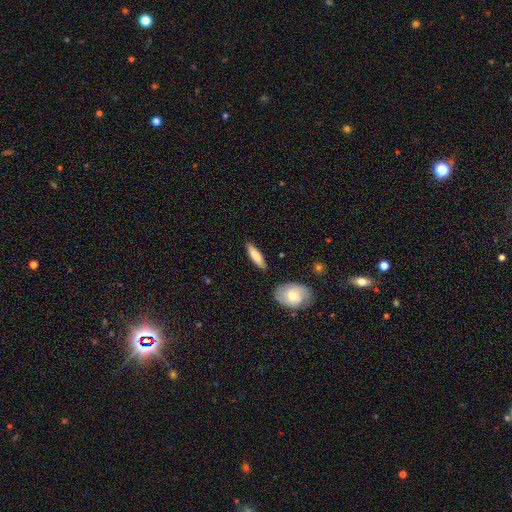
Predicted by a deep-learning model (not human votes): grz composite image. It shows a smooth galaxy with no disk features (78%) that is cigar-shaped (62%). Merging: none (83%).